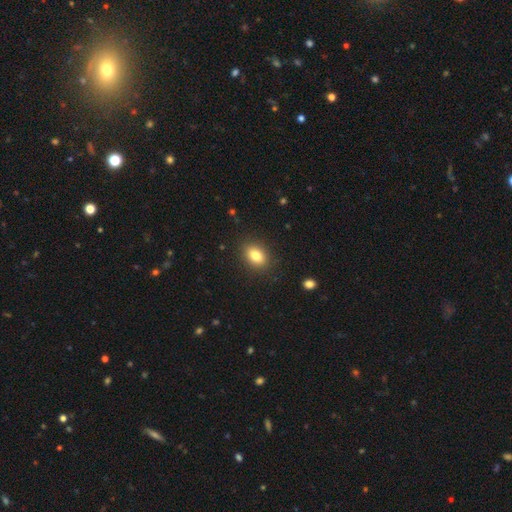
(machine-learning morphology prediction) Smooth or featured: smooth — 81% (star or artifact — 10%)
How rounded: in between — 74% (round — 25%)
Merging: none — 88% (minor disturbance — 8%)